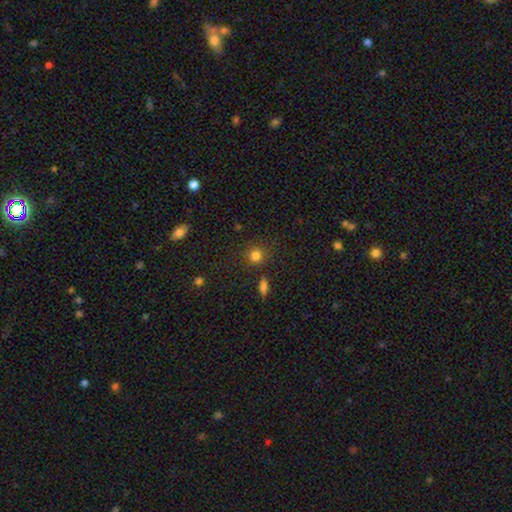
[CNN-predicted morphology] Overall: smooth (81%). How rounded: round (86%). Merging: none (82%).